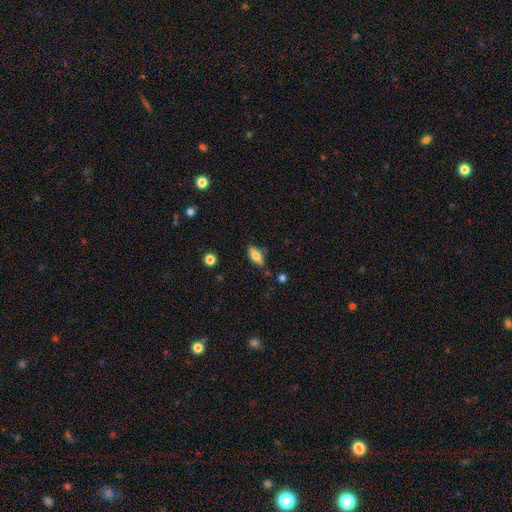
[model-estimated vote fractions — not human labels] A smooth galaxy with no disk features (72%) that is in between round and cigar-shaped (81%). Merging: none (78%).